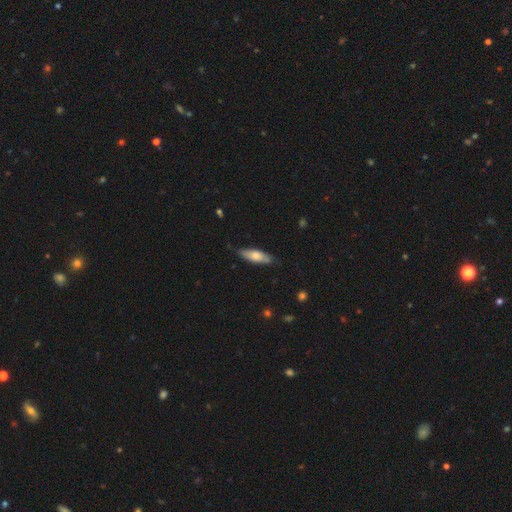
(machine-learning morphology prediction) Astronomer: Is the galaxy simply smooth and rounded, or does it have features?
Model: smooth — 67%.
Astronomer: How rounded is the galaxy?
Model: cigar-shaped — 51% (runner-up: in between, 48%).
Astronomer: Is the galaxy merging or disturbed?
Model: none — 80%.